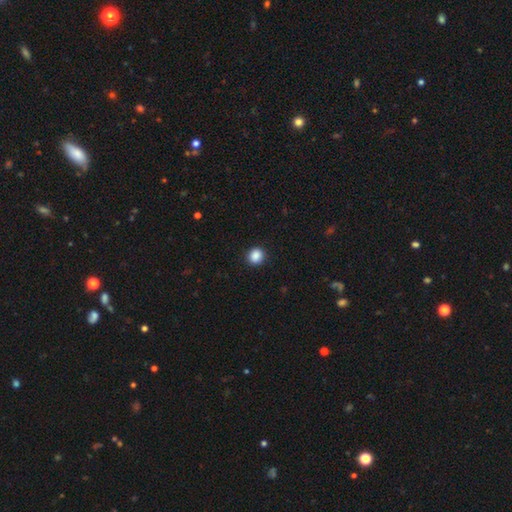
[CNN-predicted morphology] Smooth or featured? Predicted: smooth (p=0.88). How rounded? Predicted: round (p=0.86). Merging? Predicted: none (p=0.91).